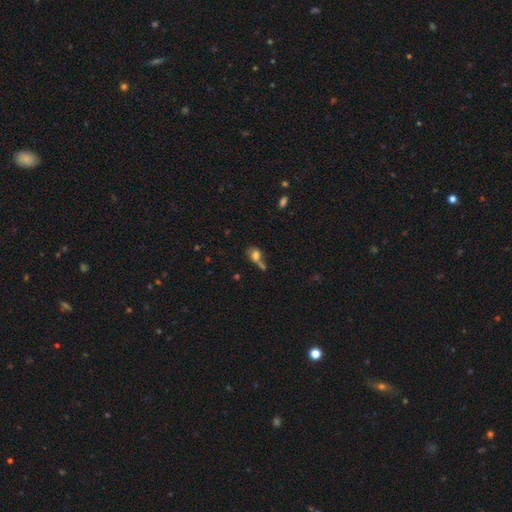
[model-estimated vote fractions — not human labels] A smooth galaxy with no disk features (72%) that is in between round and cigar-shaped (52%). Merging: merger (39%).